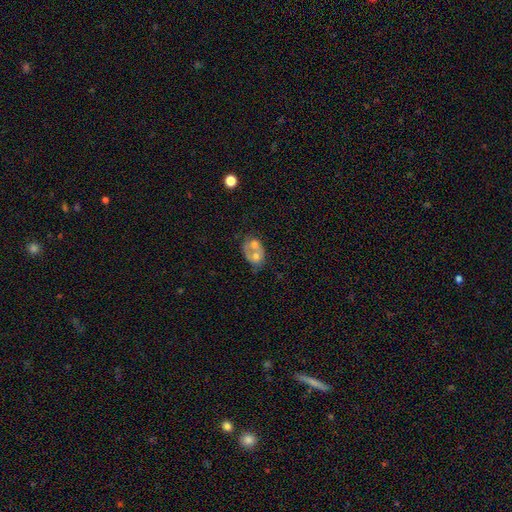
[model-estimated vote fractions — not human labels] Smooth or featured? Predicted: smooth (p=0.47). Merging? Predicted: merger (p=0.66).